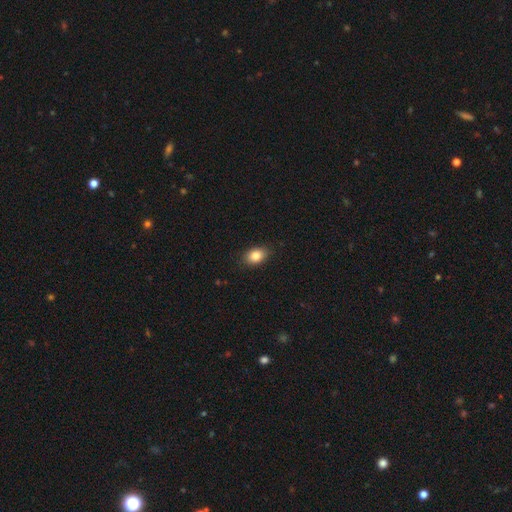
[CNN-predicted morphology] Smooth or featured: smooth — 85% (star or artifact — 9%)
How rounded: in between — 79% (round — 19%)
Merging: none — 87% (minor disturbance — 10%)